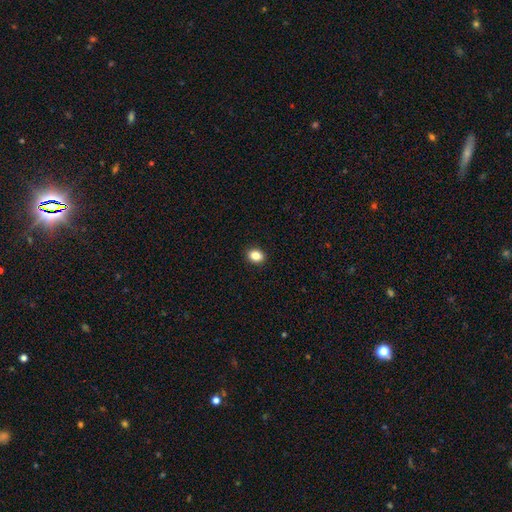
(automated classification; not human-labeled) This is clearly a smooth galaxy (85%). How rounded: possibly in between (59%). Merging: clearly none (91%).